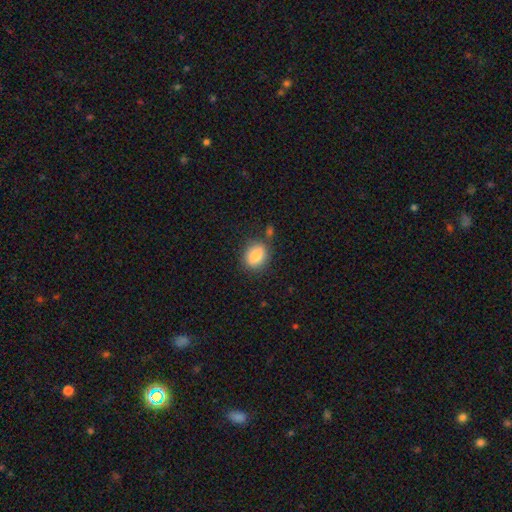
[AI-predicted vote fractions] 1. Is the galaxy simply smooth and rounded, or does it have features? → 82% smooth, 10% featured or disk, 8% star or artifact.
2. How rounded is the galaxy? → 57% in between, 41% round, 2% cigar-shaped.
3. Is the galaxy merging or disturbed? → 76% none, 13% minor disturbance, 7% merger, 4% major disturbance.